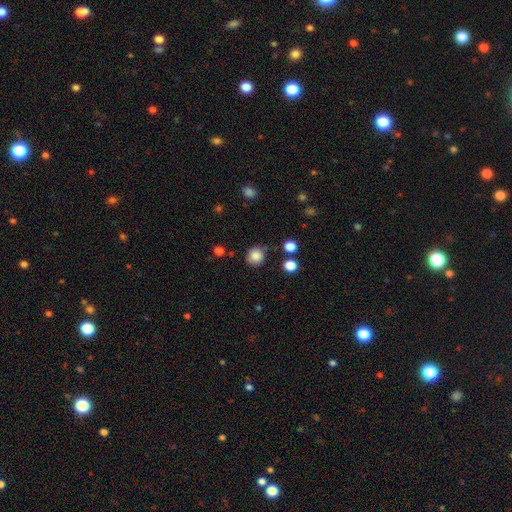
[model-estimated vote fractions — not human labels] This is clearly a smooth galaxy (85%). How rounded: clearly round (88%). Merging: likely none (78%).